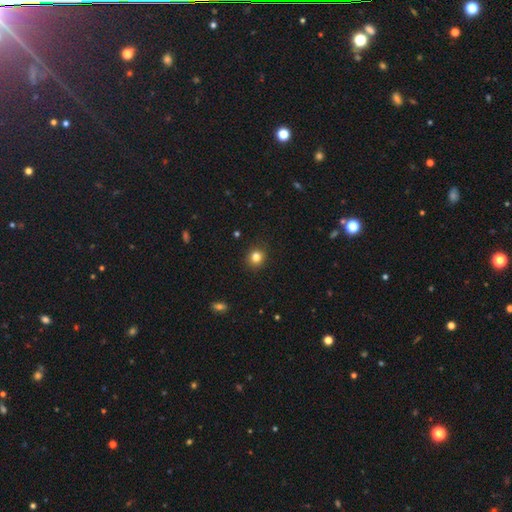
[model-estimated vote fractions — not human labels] smooth-or-featured: smooth: 82% | star or artifact: 13% | featured or disk: 5%
  how-rounded: round: 85% | in between: 14% | cigar-shaped: 1%
  merging: none: 90% | minor disturbance: 7% | major disturbance: 2% | merger: 1%